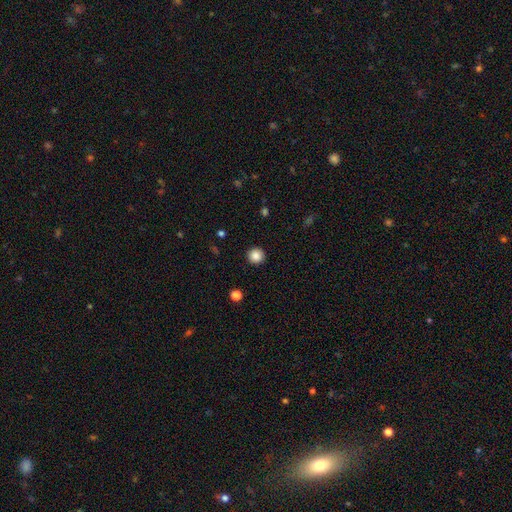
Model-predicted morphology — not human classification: This appears to be a smooth galaxy with no disk features (87%) that is round (95%). Merging: none (92%).